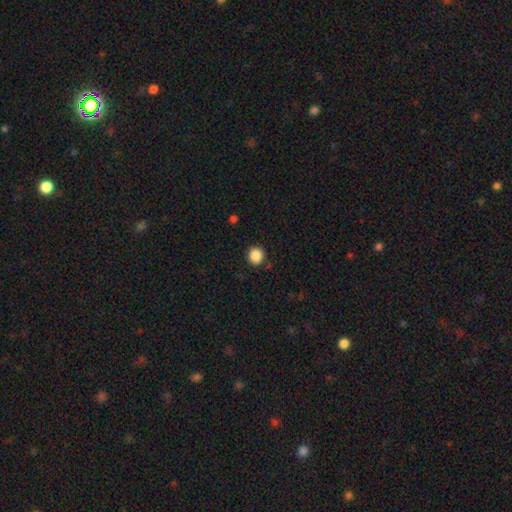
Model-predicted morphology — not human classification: Q: Smooth or featured?
A: smooth (87%); runner-up: star or artifact (10%)
Q: How rounded?
A: round (86%); runner-up: in between (13%)
Q: Merging?
A: none (88%); runner-up: minor disturbance (8%)